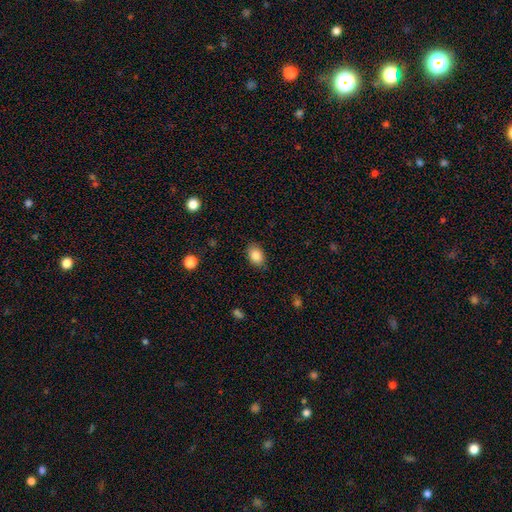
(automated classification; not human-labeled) smooth 86%, star or artifact 8%, featured or disk 6%. Down the decision tree: how rounded — in between (82%); merging — none (85%).